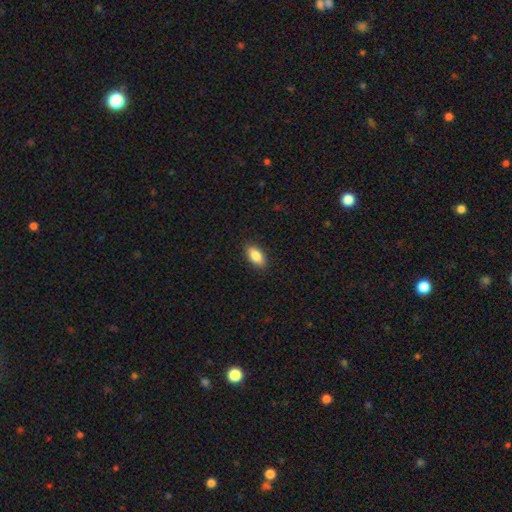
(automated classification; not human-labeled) Smooth or featured? Predicted: smooth (p=0.86). How rounded? Predicted: in between (p=0.90). Merging? Predicted: none (p=0.90).